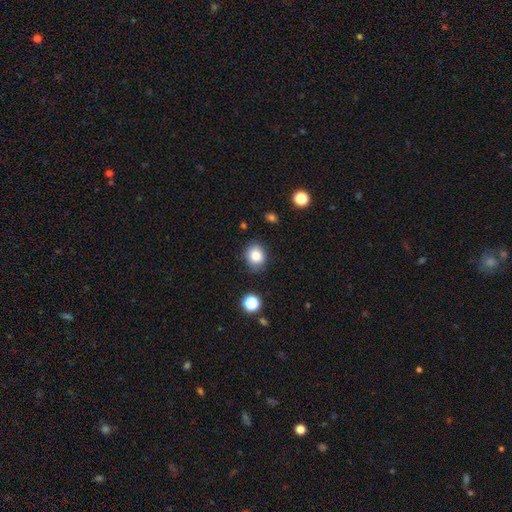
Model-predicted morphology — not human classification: Q: Smooth or featured?
A: smooth (84%); runner-up: star or artifact (10%)
Q: How rounded?
A: round (61%); runner-up: in between (38%)
Q: Merging?
A: none (80%); runner-up: minor disturbance (14%)